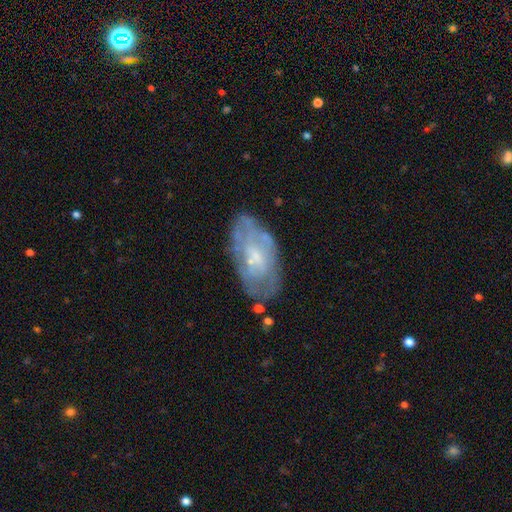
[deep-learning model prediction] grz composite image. It shows a featured or disk galaxy (62%) with no bar (68%), no spiral arms (55%) and a small central bulge (57%). Merging: none (66%).